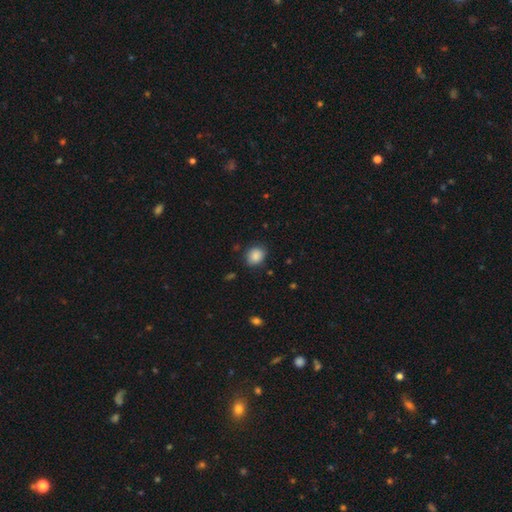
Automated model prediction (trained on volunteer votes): Morphology: type=smooth (87%); roundness=round (62%); merging=none (82%).